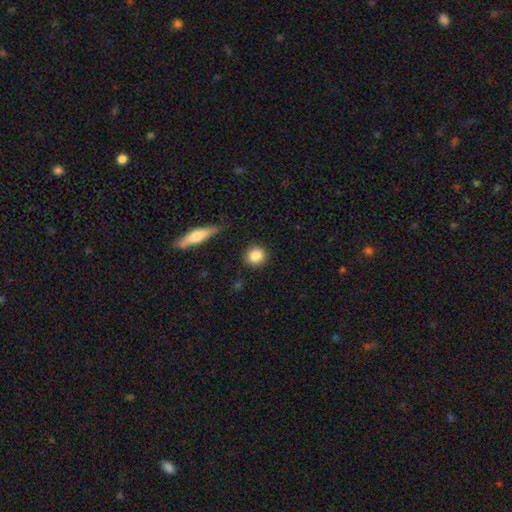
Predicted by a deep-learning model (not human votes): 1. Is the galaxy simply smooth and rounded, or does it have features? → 87% smooth, 8% star or artifact, 6% featured or disk.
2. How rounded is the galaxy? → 89% round, 9% in between, 2% cigar-shaped.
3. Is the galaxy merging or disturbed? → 88% none, 7% minor disturbance, 2% major disturbance, 2% merger.